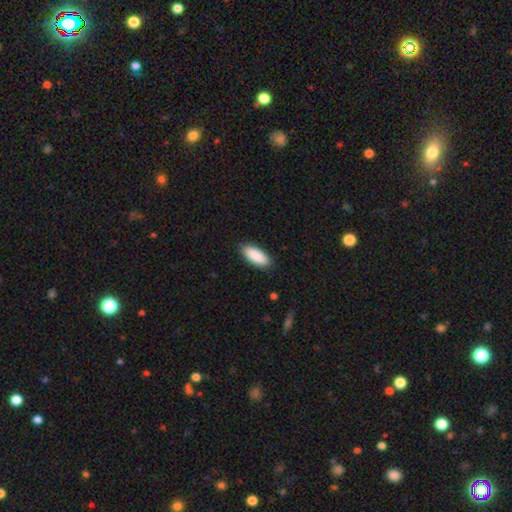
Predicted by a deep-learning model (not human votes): Smooth or featured? smooth (90%)
How rounded? in between (83%)
Merging? none (88%)